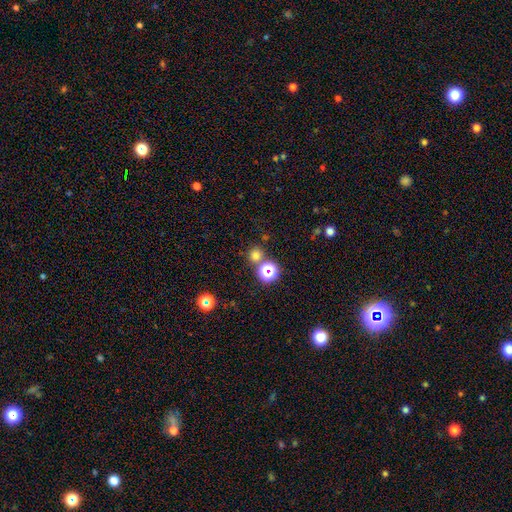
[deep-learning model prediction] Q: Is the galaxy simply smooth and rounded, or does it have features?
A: smooth — 67%.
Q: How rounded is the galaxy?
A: round — 91%.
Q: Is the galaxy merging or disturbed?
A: none — 74%.